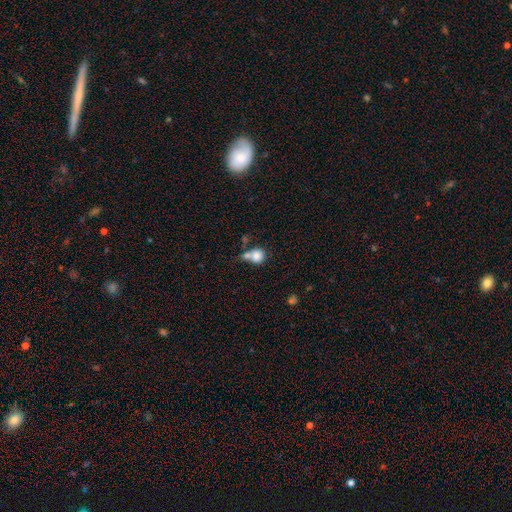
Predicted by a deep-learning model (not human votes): Smooth or featured: smooth — 81% (star or artifact — 9%)
How rounded: round — 83% (in between — 16%)
Merging: merger — 44% (none — 37%)